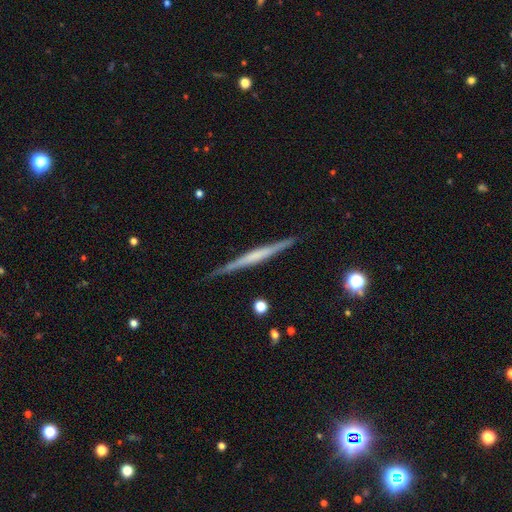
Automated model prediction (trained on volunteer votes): Smooth or featured?
  - featured or disk: 68% *
  - smooth: 27%
  - star or artifact: 5%
Edge-on disk?
  - yes: 98% *
  - no: 2%
Edge-on bulge?
  - none: 59% *
  - rounded: 23%
  - boxy: 18%
Merging?
  - none: 87% *
  - minor disturbance: 10%
  - major disturbance: 2%
  - merger: 1%